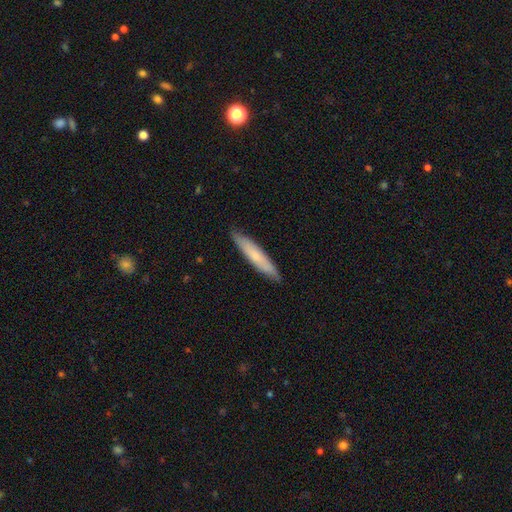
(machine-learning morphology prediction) smooth_or_featured: smooth (p=0.67) [alt: featured or disk p=0.28]
how_rounded: cigar-shaped (p=0.91) [alt: in between p=0.08]
merging: none (p=0.89) [alt: minor disturbance p=0.09]